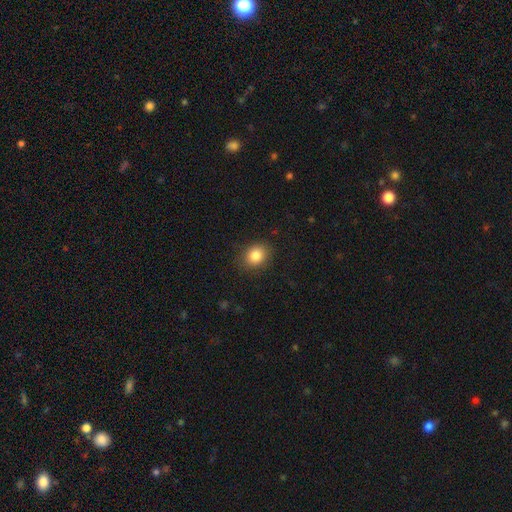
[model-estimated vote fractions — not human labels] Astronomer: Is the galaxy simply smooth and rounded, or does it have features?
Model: smooth — 84%.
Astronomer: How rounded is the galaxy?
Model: round — 57% (runner-up: in between, 42%).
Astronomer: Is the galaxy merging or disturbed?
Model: none — 87%.